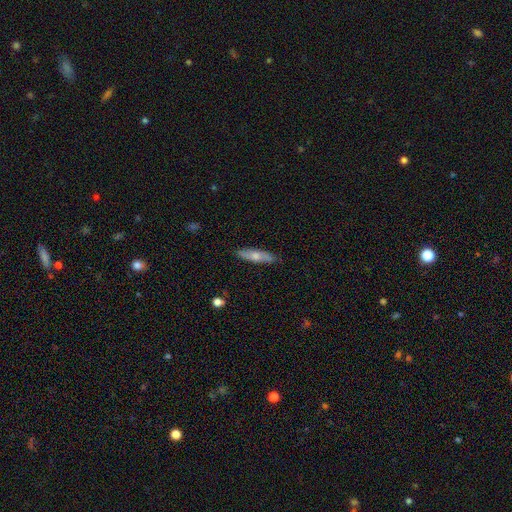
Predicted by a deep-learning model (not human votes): Q: Smooth or featured?
A: smooth (58%); runner-up: featured or disk (36%)
Q: How rounded?
A: cigar-shaped (66%); runner-up: in between (31%)
Q: Merging?
A: none (85%); runner-up: minor disturbance (12%)